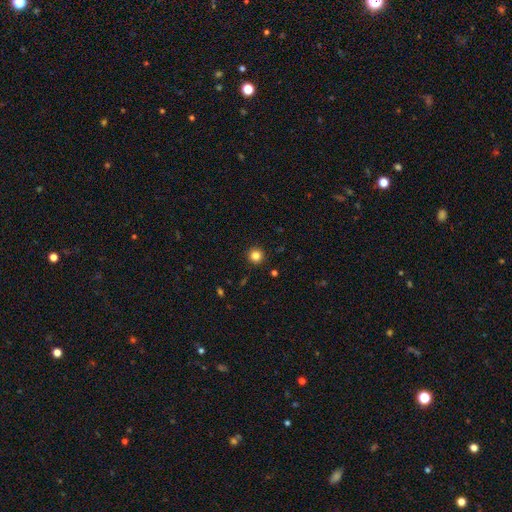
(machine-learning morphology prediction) Smooth or featured? smooth (83%)
How rounded? round (96%)
Merging? none (93%)